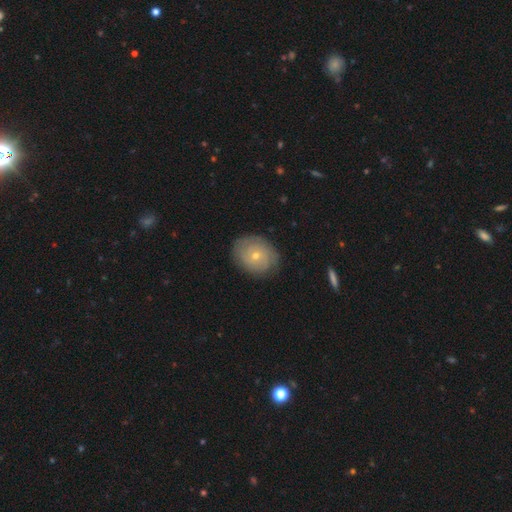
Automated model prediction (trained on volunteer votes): Smooth or featured? featured or disk (49%)
Merging? none (83%)